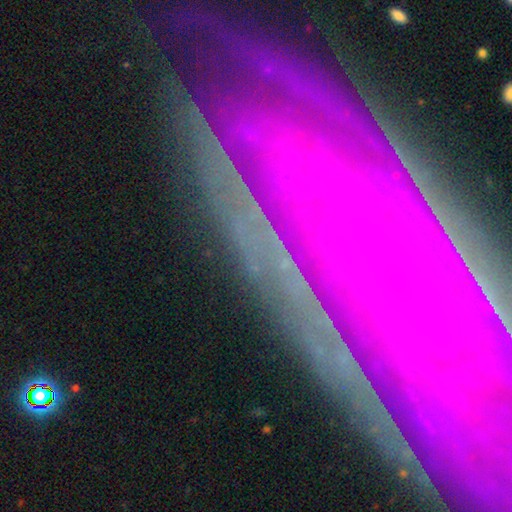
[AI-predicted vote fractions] Smooth or featured? featured or disk (70%)
Edge-on disk? no (82%)
Bar? no (41%)
Spiral arms? yes (91%)
Spiral winding? tight (76%)
Spiral arm count? can't tell (29%)
Bulge size? small (74%)
Merging? none (81%)